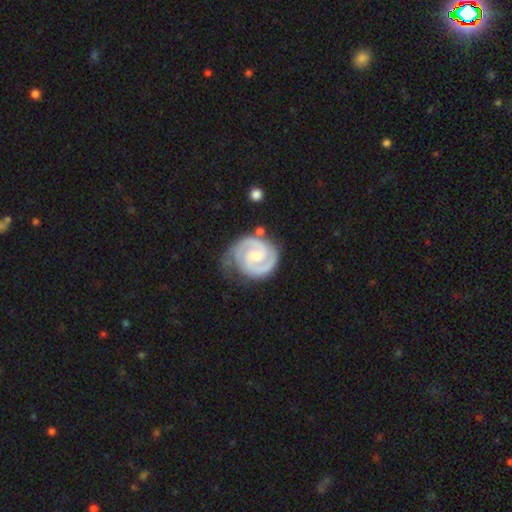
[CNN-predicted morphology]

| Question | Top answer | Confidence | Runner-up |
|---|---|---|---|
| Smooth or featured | featured or disk | 91% | smooth (6%) |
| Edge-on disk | no | 98% | yes (2%) |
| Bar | weak | 45% | no (44%) |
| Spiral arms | yes | 98% | no (2%) |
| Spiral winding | tight | 63% | medium (33%) |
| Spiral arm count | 2 | 88% | 3 (5%) |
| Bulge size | moderate | 61% | small (34%) |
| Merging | none | 62% | minor disturbance (26%) |